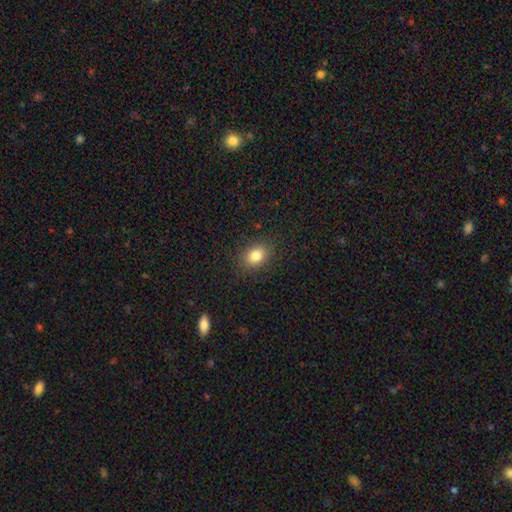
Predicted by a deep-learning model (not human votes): This is clearly a smooth galaxy (83%). How rounded: likely in between (64%). Merging: clearly none (87%).